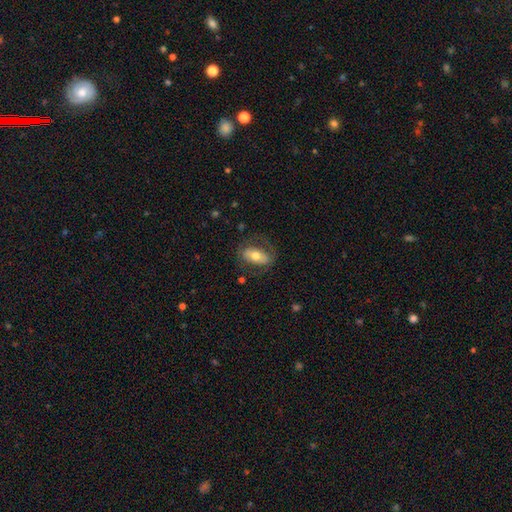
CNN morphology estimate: This is possibly a smooth galaxy (53%). How rounded: clearly in between (89%). Merging: likely none (67%).